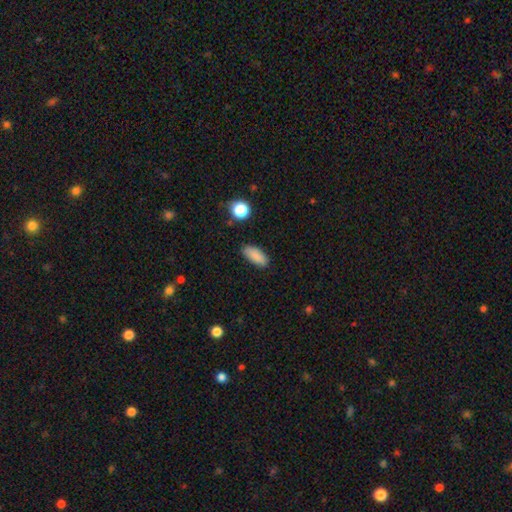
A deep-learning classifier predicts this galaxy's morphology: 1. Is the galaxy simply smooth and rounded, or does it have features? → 87% smooth, 8% star or artifact, 5% featured or disk.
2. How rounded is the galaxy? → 82% in between, 15% cigar-shaped, 3% round.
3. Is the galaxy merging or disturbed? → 84% none, 12% minor disturbance, 3% major disturbance, 2% merger.